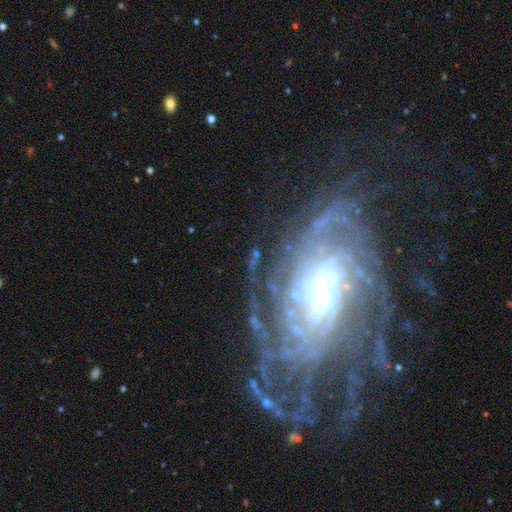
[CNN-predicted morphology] The model was most divided on "bar": no: 41%, weak: 35%, strong: 24%. Remaining: spiral arms — yes (95%); edge-on disk — no (95%); smooth or featured — featured or disk (85%); bulge size — small (74%); merging — none (67%); spiral winding — tight (64%); spiral arm count — can't tell (30%).